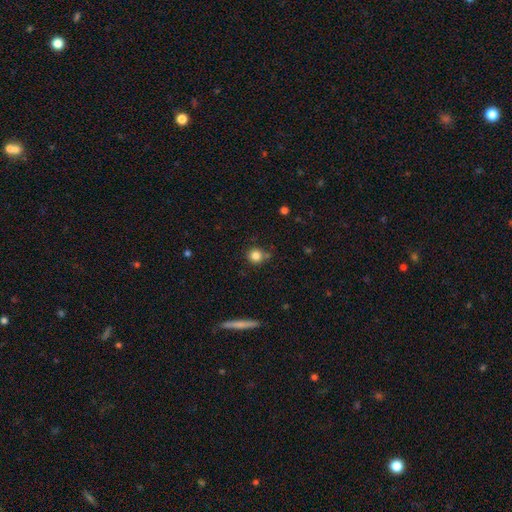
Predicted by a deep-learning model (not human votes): The model was most divided on "merging": none: 76%, minor disturbance: 12%, merger: 8%, major disturbance: 3%. More confident: how rounded — round (91%); smooth or featured — smooth (83%).